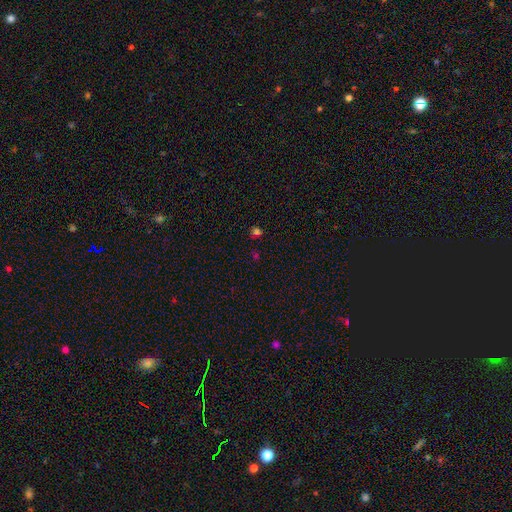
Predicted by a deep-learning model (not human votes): Smooth or featured: smooth — 52% (star or artifact — 42%)
How rounded: round — 80% (in between — 18%)
Merging: none — 76% (minor disturbance — 11%)